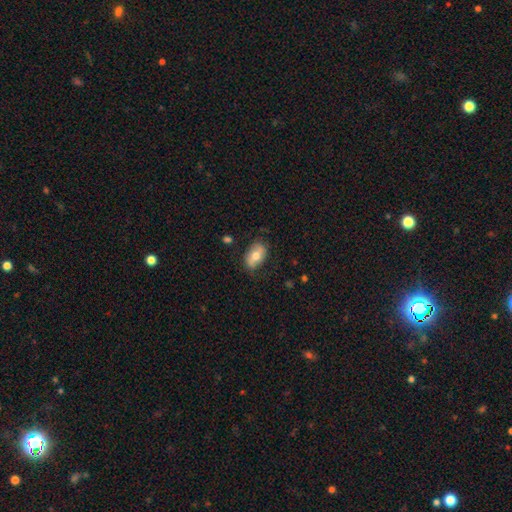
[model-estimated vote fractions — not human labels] The model was most divided on "smooth or featured": smooth: 61%, featured or disk: 32%, star or artifact: 7%. More confident: how rounded — in between (89%); merging — none (76%).